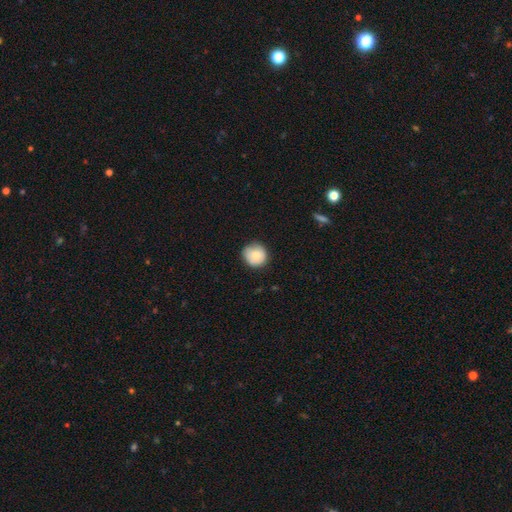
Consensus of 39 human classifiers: Smooth or featured: smooth — 82% (featured or disk — 18%)
How rounded: round — 91% (in between — 6%)
Merging: none — 77% (minor disturbance — 18%)